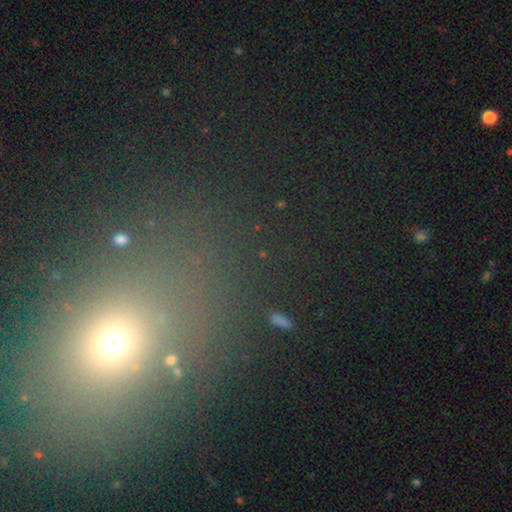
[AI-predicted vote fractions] Smooth or featured: star or artifact — 45% (smooth — 44%)